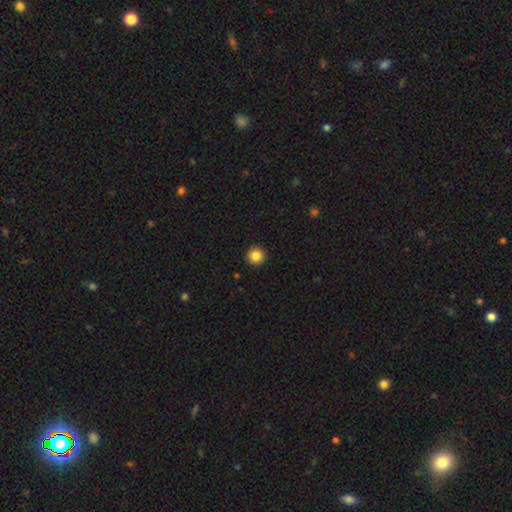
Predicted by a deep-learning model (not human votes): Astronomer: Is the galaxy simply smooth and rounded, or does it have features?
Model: smooth — 86%.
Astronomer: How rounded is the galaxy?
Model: round — 95%.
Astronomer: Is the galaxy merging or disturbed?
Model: none — 94%.